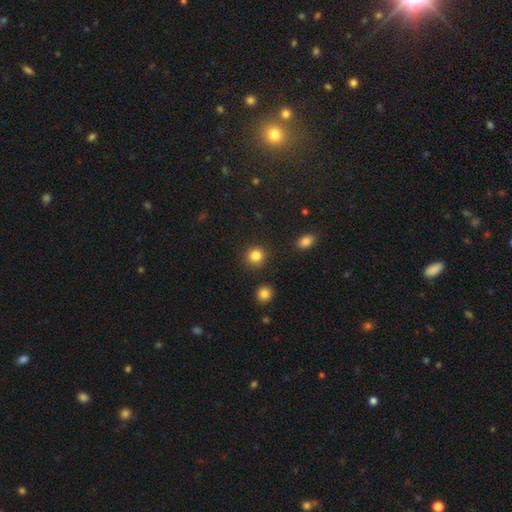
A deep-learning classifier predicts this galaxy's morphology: This is clearly a smooth galaxy (85%). How rounded: clearly round (89%). Merging: clearly none (89%).